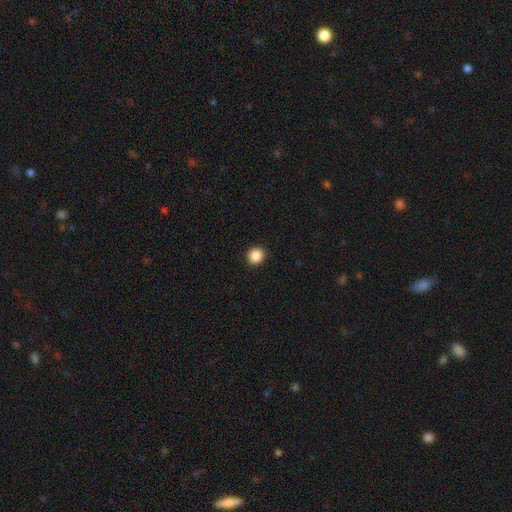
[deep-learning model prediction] Smooth or featured: smooth — 88% (star or artifact — 9%)
How rounded: round — 92% (in between — 7%)
Merging: none — 93% (minor disturbance — 4%)